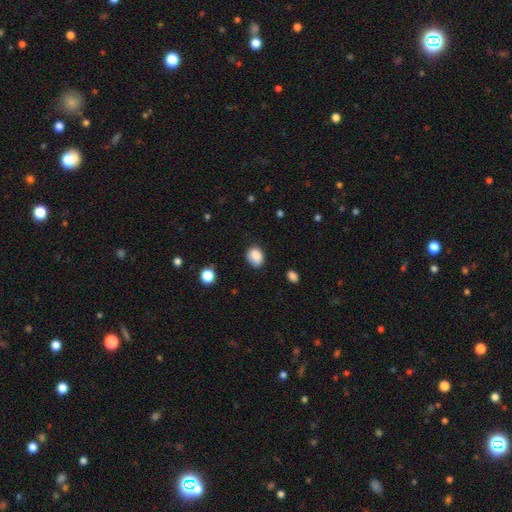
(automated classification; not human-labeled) Smooth or featured: smooth — 86% (star or artifact — 9%)
How rounded: in between — 60% (round — 39%)
Merging: none — 75% (minor disturbance — 19%)